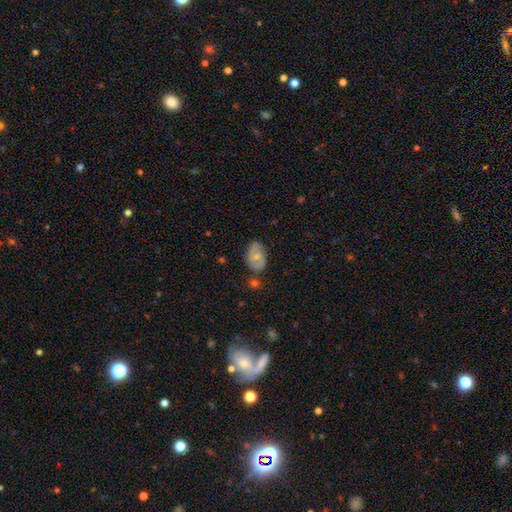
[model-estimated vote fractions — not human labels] Overall: featured or disk (50%; smooth 43%). Merging: none (64%).